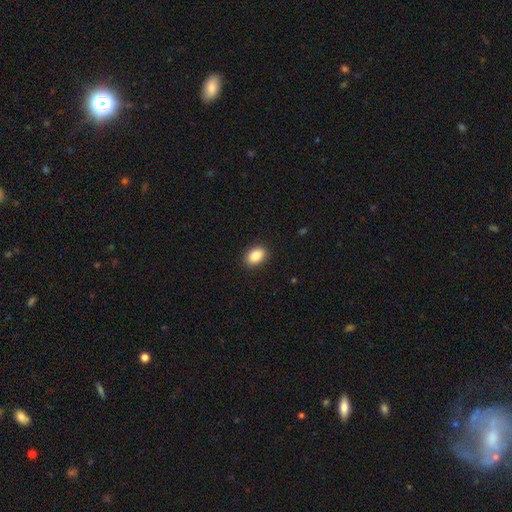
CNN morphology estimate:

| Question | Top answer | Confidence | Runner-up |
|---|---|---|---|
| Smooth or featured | smooth | 86% | star or artifact (8%) |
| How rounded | in between | 80% | round (18%) |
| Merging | none | 90% | minor disturbance (7%) |